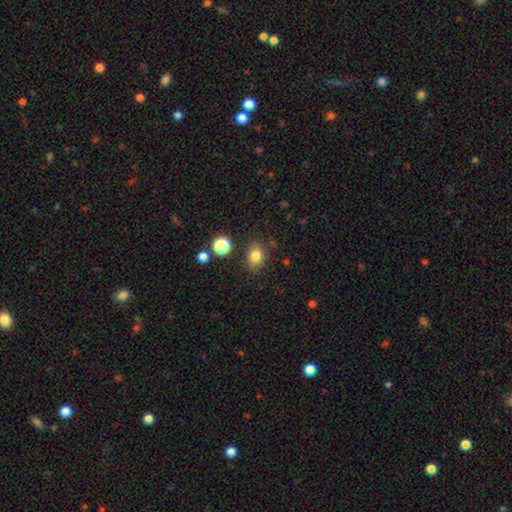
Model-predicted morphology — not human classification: Smooth or featured: smooth — 80% (star or artifact — 12%)
How rounded: in between — 64% (round — 35%)
Merging: none — 80% (minor disturbance — 13%)